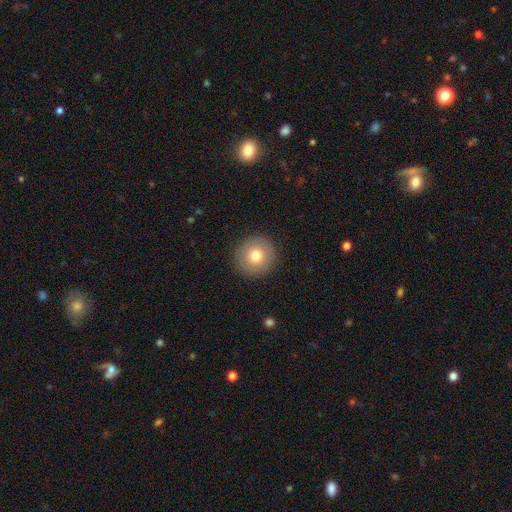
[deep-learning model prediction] Smooth or featured? smooth (75%)
How rounded? round (95%)
Merging? none (91%)